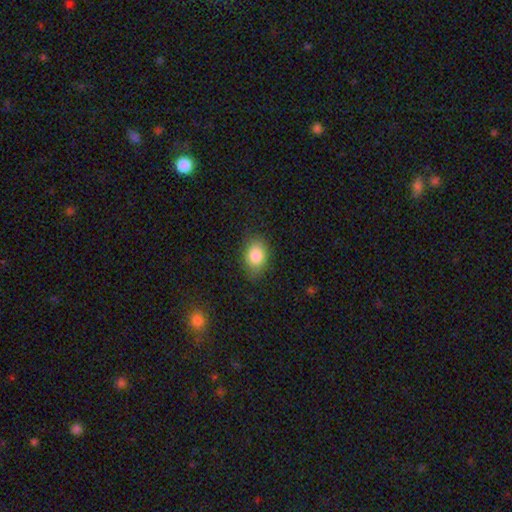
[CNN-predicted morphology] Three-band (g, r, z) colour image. It shows a smooth galaxy with no disk features (84%) that is in between round and cigar-shaped (77%). Merging: none (80%).